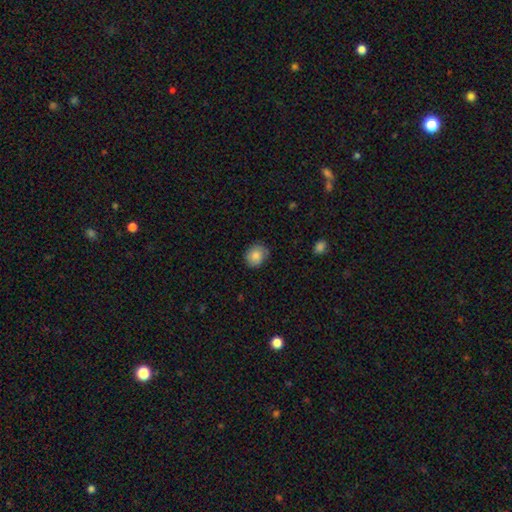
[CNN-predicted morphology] This is clearly a smooth galaxy (82%). How rounded: likely round (71%). Merging: likely none (77%).